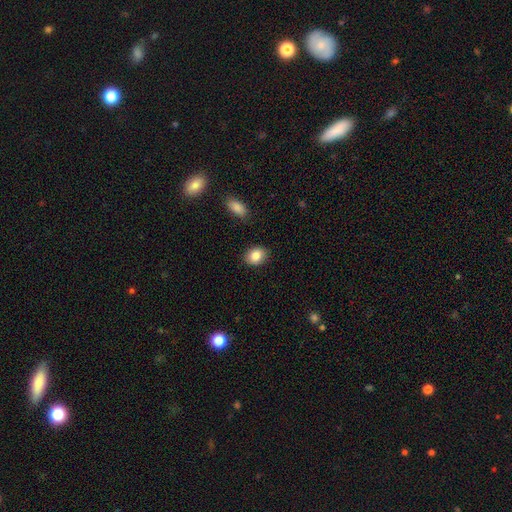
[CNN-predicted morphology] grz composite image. It shows a smooth galaxy with no disk features (84%) that is in between round and cigar-shaped (57%). Merging: none (88%).